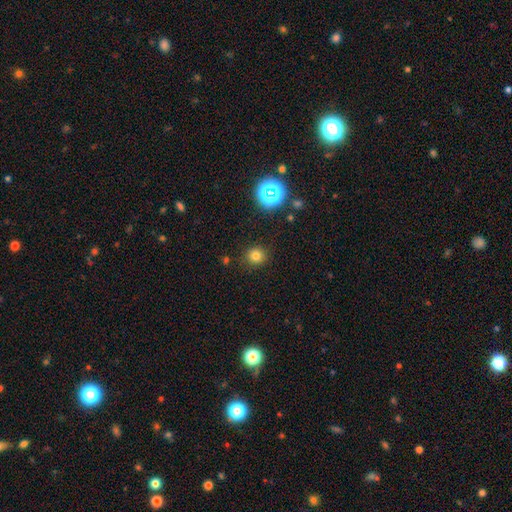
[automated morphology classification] The model was most divided on "smooth or featured": smooth: 76%, star or artifact: 18%, featured or disk: 7%. More confident: how rounded — round (89%); merging — none (88%).